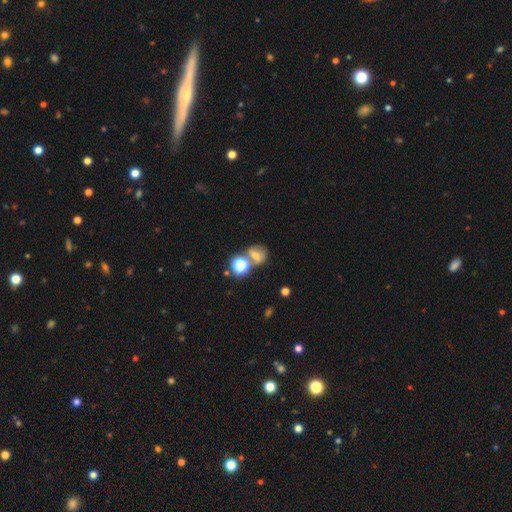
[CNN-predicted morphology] type=smooth (44%); merging=none (46%).